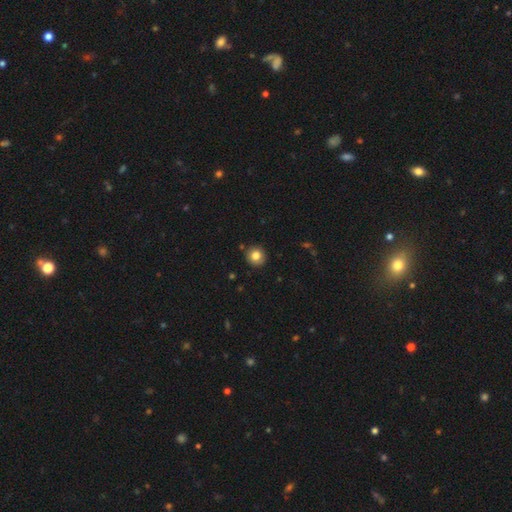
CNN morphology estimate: A smooth galaxy with no disk features (82%) that is round (92%). Merging: none (89%).